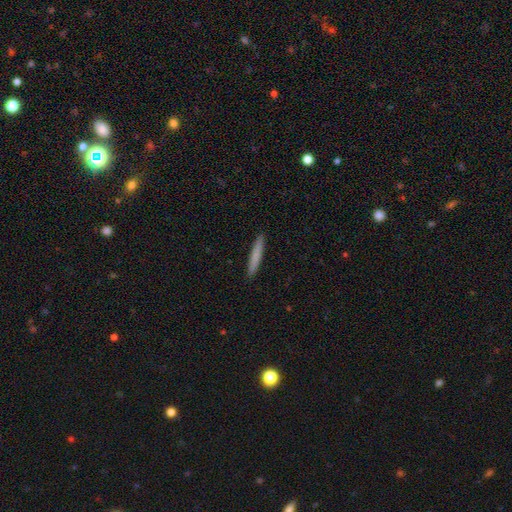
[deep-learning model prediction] Smooth or featured? smooth (77%)
How rounded? cigar-shaped (95%)
Merging? none (92%)